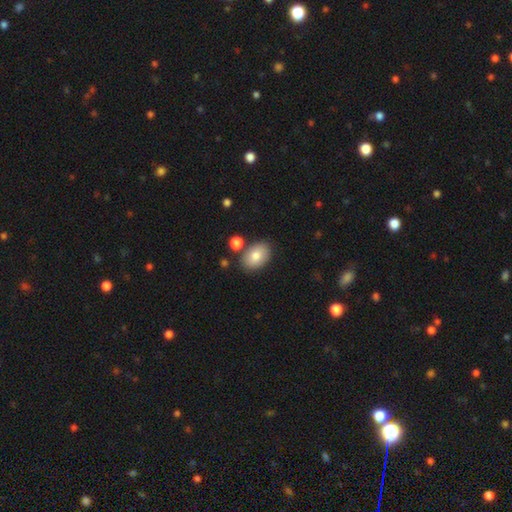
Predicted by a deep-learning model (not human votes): smooth 80%, featured or disk 12%, star or artifact 8%. Down the decision tree: how rounded — in between (86%); merging — none (79%).